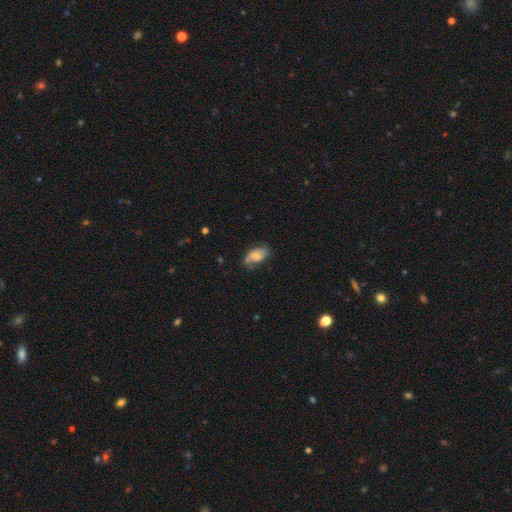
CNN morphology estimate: type=featured or disk (52%); edge-on=no (94%); merging=none (66%).